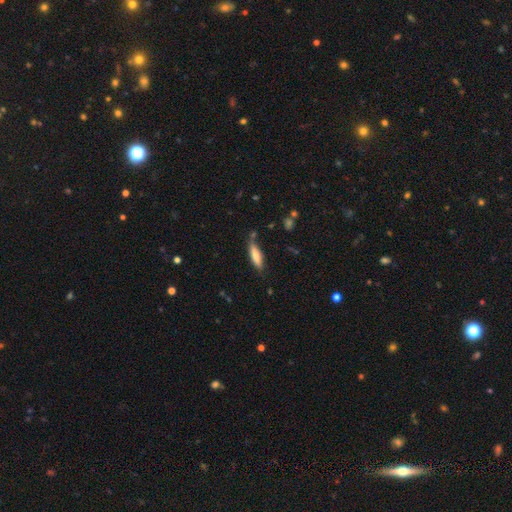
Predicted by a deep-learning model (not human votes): Smooth or featured?
  - smooth: 72% *
  - featured or disk: 22%
  - star or artifact: 7%
How rounded?
  - cigar-shaped: 64% *
  - in between: 34%
  - round: 2%
Merging?
  - none: 73% *
  - minor disturbance: 19%
  - merger: 4%
  - major disturbance: 4%